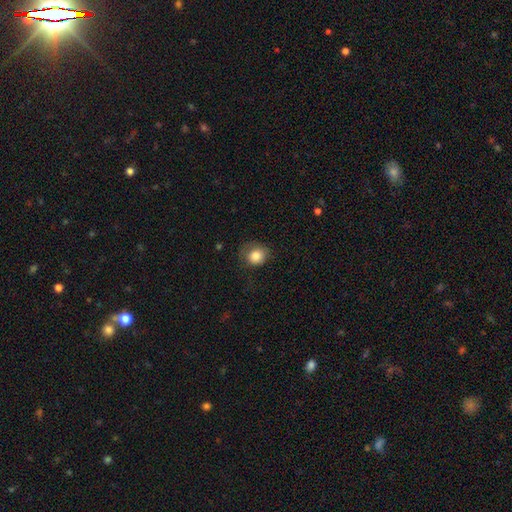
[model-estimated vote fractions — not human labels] A smooth galaxy with no disk features (83%) that is round (74%). Merging: none (63%).